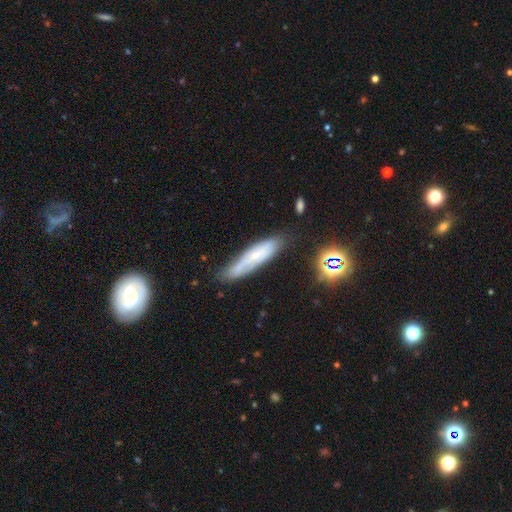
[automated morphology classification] Overall: featured or disk (46%; smooth 43%). Merging: none (66%).